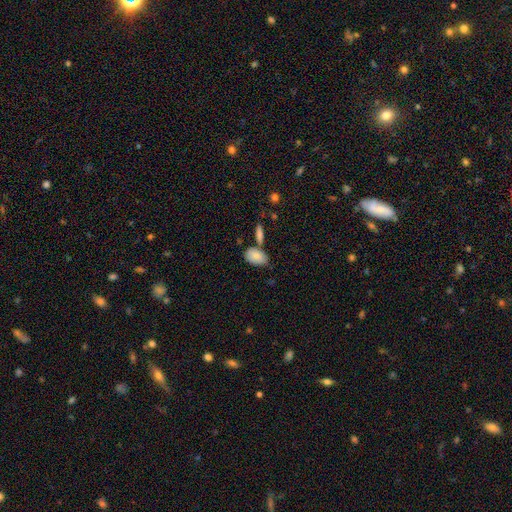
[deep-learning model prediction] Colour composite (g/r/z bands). It shows a smooth galaxy with no disk features (85%) that is in between round and cigar-shaped (91%). Merging: none (58%).